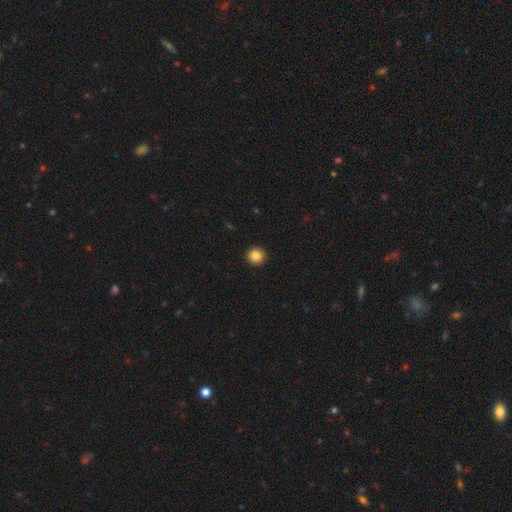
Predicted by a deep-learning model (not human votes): A smooth galaxy with no disk features (86%) that is round (91%). Merging: none (93%).